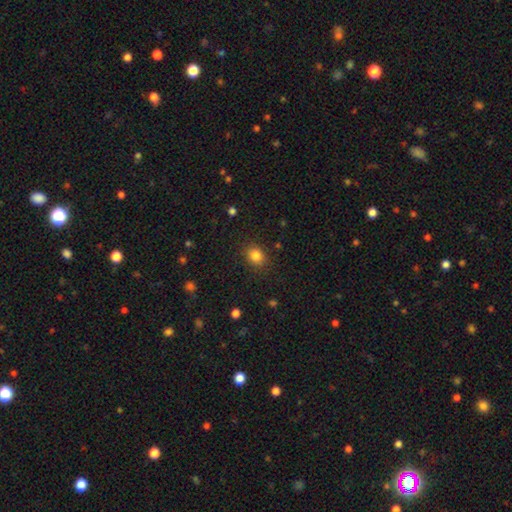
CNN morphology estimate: smooth-or-featured: smooth: 84% | star or artifact: 11% | featured or disk: 5%
  how-rounded: round: 60% | in between: 40% | cigar-shaped: 1%
  merging: none: 86% | minor disturbance: 9% | major disturbance: 3% | merger: 1%